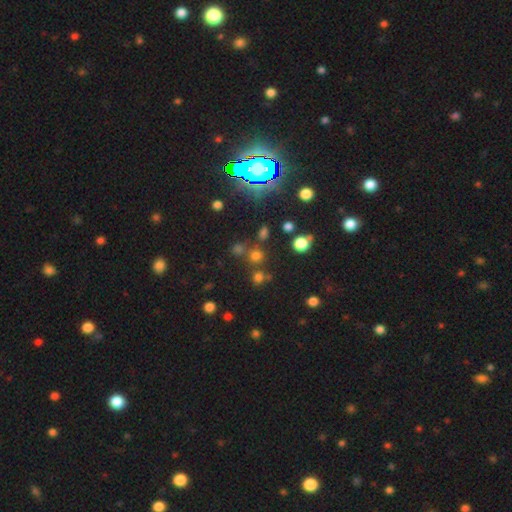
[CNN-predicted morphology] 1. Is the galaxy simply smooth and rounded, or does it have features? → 61% smooth, 32% star or artifact, 7% featured or disk.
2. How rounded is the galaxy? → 88% round, 10% in between, 1% cigar-shaped.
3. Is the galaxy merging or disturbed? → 73% none, 15% merger, 8% minor disturbance, 4% major disturbance.